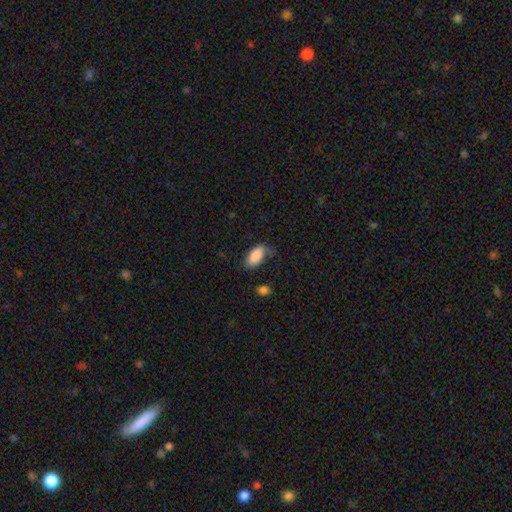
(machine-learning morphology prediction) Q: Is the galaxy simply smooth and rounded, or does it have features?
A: smooth — 86%.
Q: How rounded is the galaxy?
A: in between — 94%.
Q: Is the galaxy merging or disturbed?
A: none — 54%.